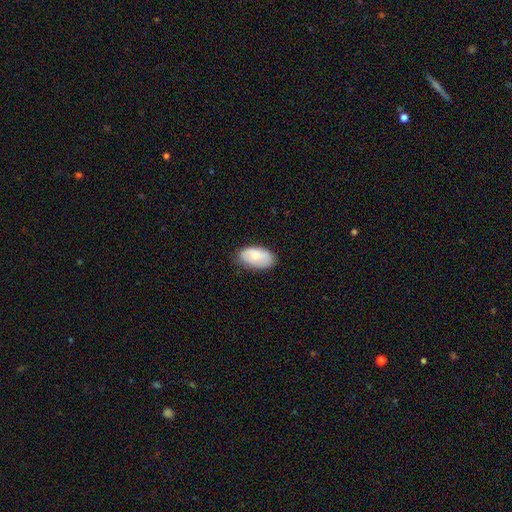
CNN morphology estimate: A smooth galaxy with no disk features (75%) that is in between round and cigar-shaped (94%). Merging: none (78%).